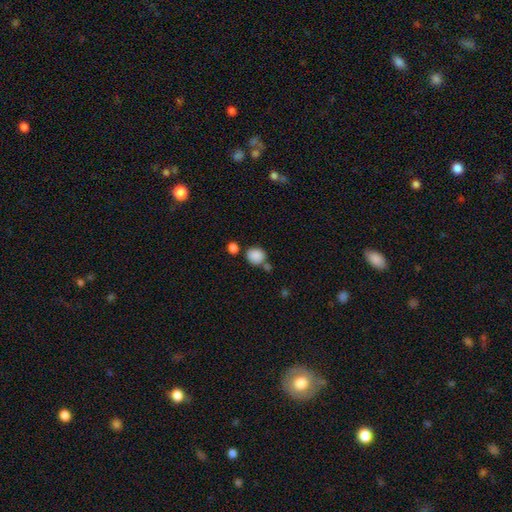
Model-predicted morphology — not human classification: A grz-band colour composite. It shows a smooth galaxy with no disk features (87%) that is round (79%). Merging: none (68%).